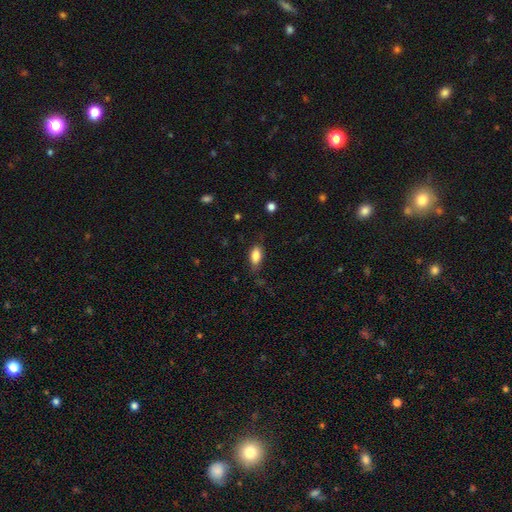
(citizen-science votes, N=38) Overall: smooth (82%). How rounded: in between (77%). Merging: none (69%; minor disturbance 31%).